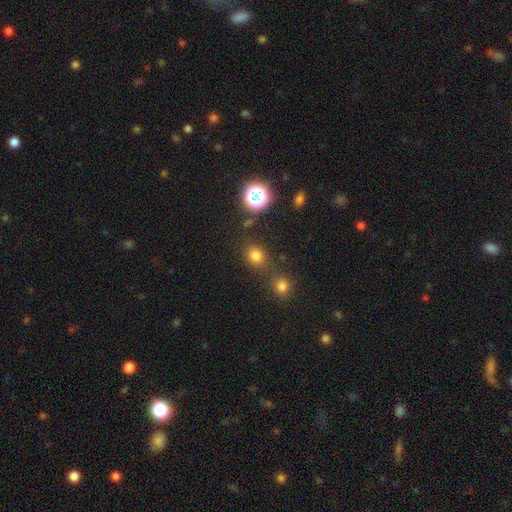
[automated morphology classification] Smooth or featured? Predicted: smooth (p=0.74). How rounded? Predicted: round (p=0.72). Merging? Predicted: none (p=0.73).